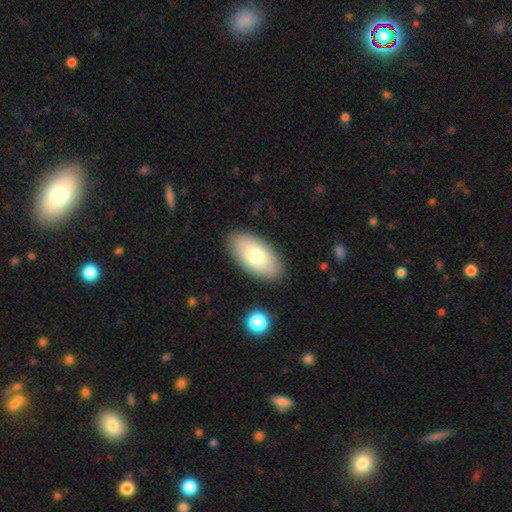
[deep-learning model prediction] Smooth or featured?
  - smooth: 74% *
  - featured or disk: 20%
  - star or artifact: 7%
How rounded?
  - in between: 94% *
  - cigar-shaped: 3%
  - round: 3%
Merging?
  - none: 87% *
  - minor disturbance: 9%
  - major disturbance: 2%
  - merger: 1%